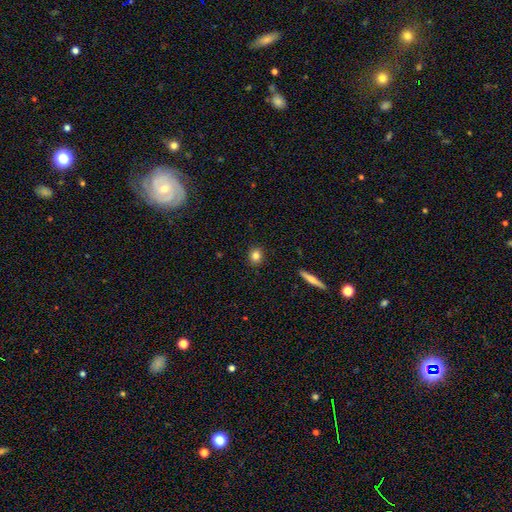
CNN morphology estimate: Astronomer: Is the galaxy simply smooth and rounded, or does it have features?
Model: smooth — 83%.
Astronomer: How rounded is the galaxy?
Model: round — 74%.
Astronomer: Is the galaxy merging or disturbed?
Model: none — 90%.